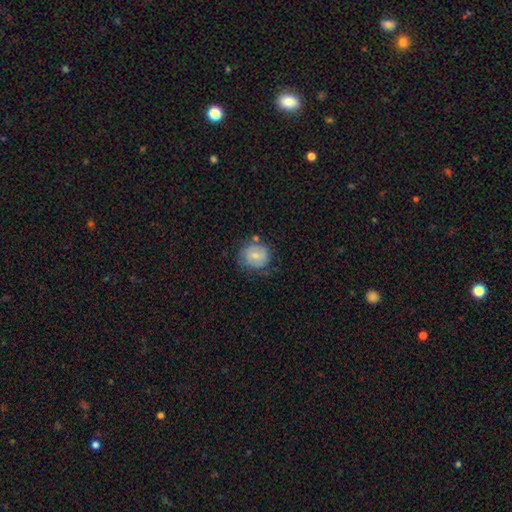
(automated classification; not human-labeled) A smooth galaxy with no disk features (71%) that is round (83%). Merging: none (65%).